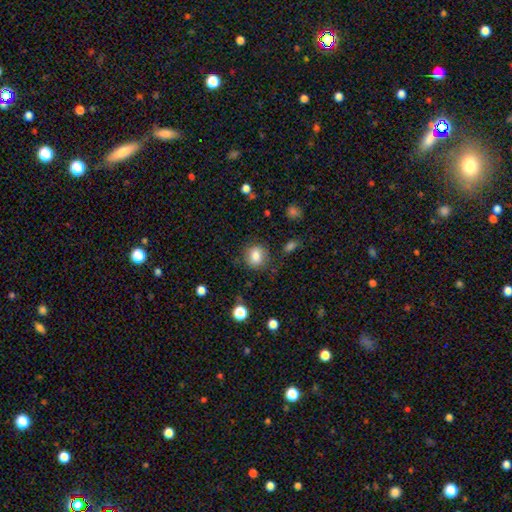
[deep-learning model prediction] smooth 81%, star or artifact 10%, featured or disk 9%. Down the decision tree: how rounded — round (71%); merging — none (80%).